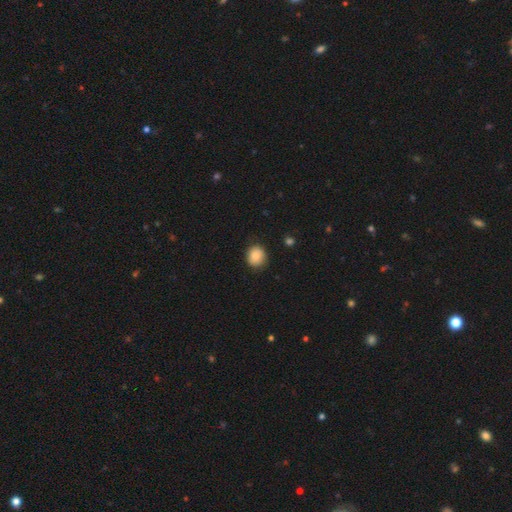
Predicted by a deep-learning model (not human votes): Smooth or featured: smooth — 83% (star or artifact — 9%)
How rounded: round — 80% (in between — 19%)
Merging: none — 82% (minor disturbance — 14%)